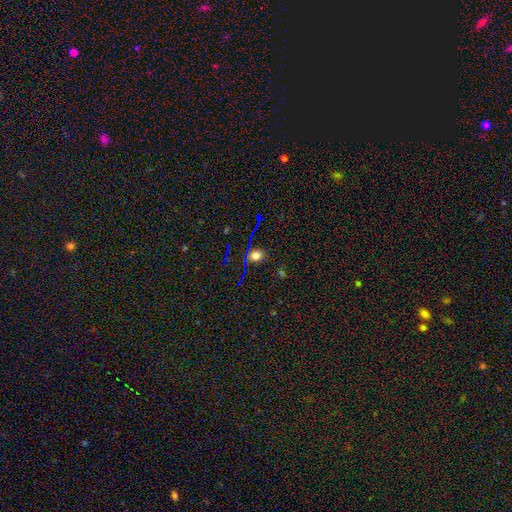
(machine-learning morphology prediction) smooth_or_featured: smooth (p=0.61) [alt: star or artifact p=0.30]
how_rounded: round (p=0.63) [alt: in between p=0.35]
merging: none (p=0.83) [alt: minor disturbance p=0.10]